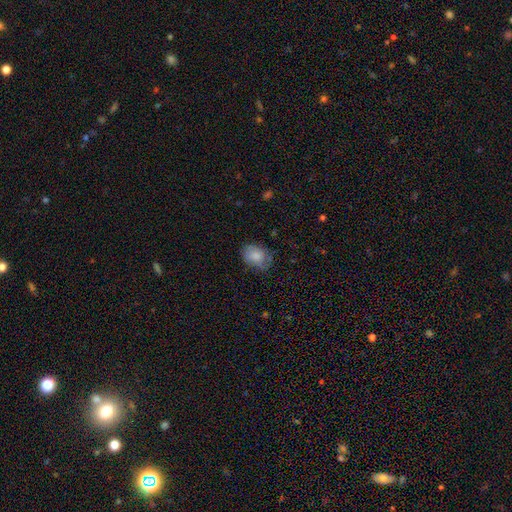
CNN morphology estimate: Overall: smooth (82%). How rounded: in between (71%). Merging: none (65%; minor disturbance 26%).